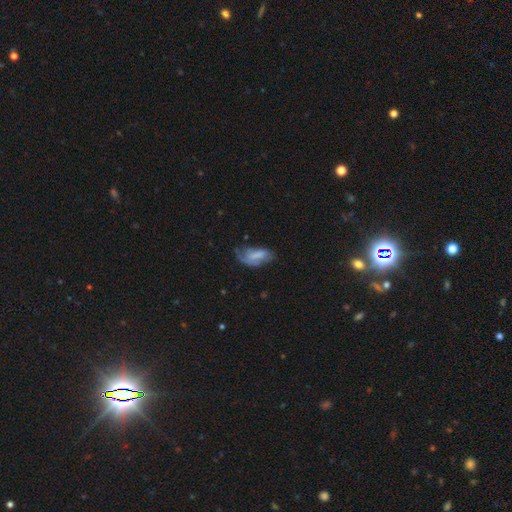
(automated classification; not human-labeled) Smooth or featured? Predicted: smooth (p=0.51). How rounded? Predicted: in between (p=0.86). Merging? Predicted: none (p=0.36).